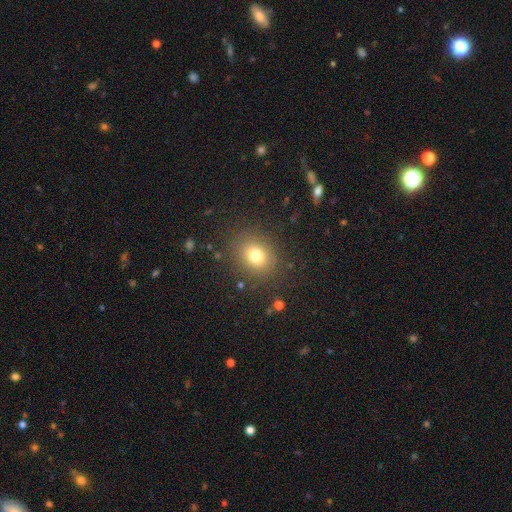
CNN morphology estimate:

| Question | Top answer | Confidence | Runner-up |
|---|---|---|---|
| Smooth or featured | smooth | 77% | star or artifact (14%) |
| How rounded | round | 63% | in between (36%) |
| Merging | none | 85% | minor disturbance (9%) |